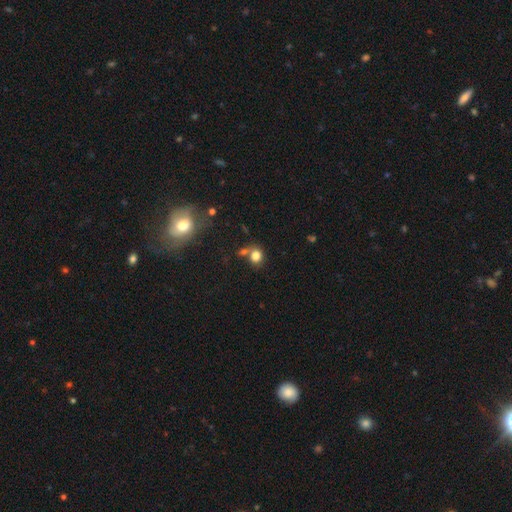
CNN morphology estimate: smooth_or_featured: smooth (p=0.80) [alt: star or artifact p=0.12]
how_rounded: round (p=0.63) [alt: in between p=0.36]
merging: none (p=0.55) [alt: merger p=0.26]